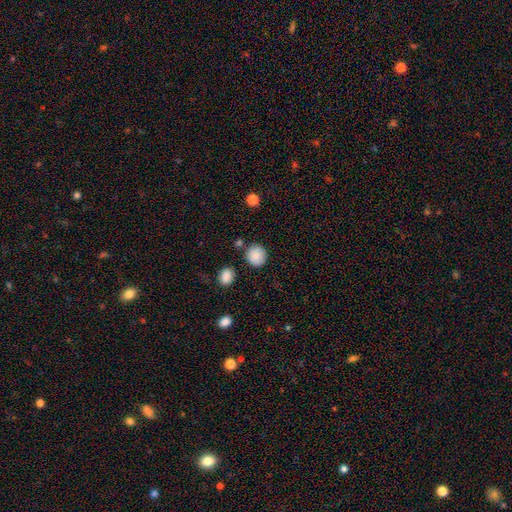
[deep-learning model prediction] Q: Smooth or featured?
A: smooth (87%); runner-up: star or artifact (9%)
Q: How rounded?
A: round (89%); runner-up: in between (10%)
Q: Merging?
A: none (82%); runner-up: minor disturbance (10%)